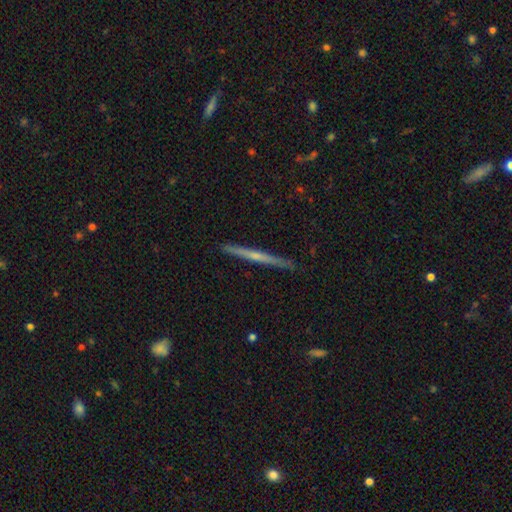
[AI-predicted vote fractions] smooth_or_featured: featured or disk (p=0.66) [alt: smooth p=0.28]
disk_edge_on: yes (p=0.98) [alt: no p=0.02]
edge_on_bulge: rounded (p=0.50) [alt: none p=0.45]
merging: none (p=0.91) [alt: minor disturbance p=0.07]